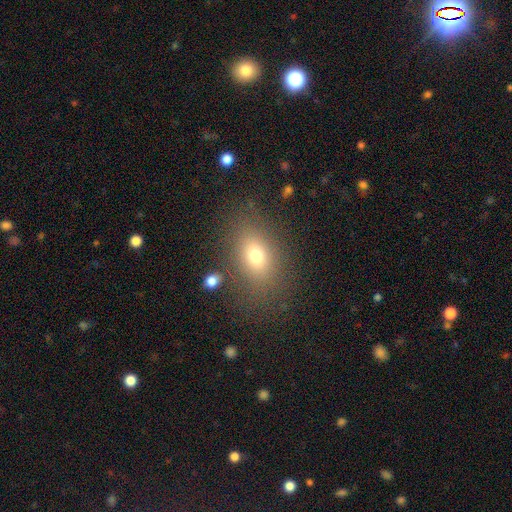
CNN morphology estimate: smooth-or-featured: smooth: 72% | featured or disk: 14% | star or artifact: 14%
  how-rounded: in between: 76% | round: 21% | cigar-shaped: 2%
  merging: none: 79% | minor disturbance: 12% | major disturbance: 6% | merger: 3%